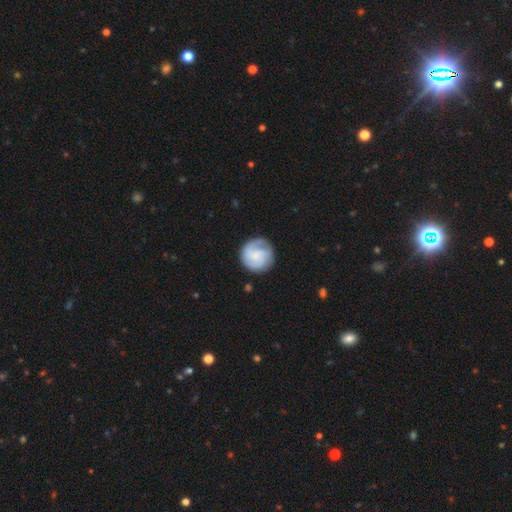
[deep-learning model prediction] Smooth or featured?
  - featured or disk: 63% *
  - smooth: 31%
  - star or artifact: 6%
Edge-on disk?
  - no: 98% *
  - yes: 2%
Bar?
  - no: 64% *
  - weak: 31%
  - strong: 5%
Spiral arms?
  - yes: 93% *
  - no: 7%
Spiral winding?
  - tight: 52% *
  - medium: 36%
  - loose: 13%
Spiral arm count?
  - 3: 32% *
  - 2: 27%
  - can't tell: 21%
  - 1: 10%
  - 4: 6%
  - more than 4: 4%
Bulge size?
  - small: 49% *
  - none: 25%
  - moderate: 20%
  - large: 4%
  - dominant: 2%
Merging?
  - none: 78% *
  - minor disturbance: 14%
  - major disturbance: 6%
  - merger: 1%